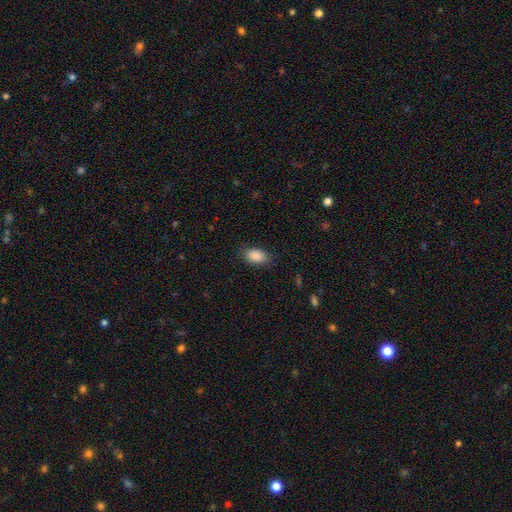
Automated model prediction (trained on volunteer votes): Overall: smooth (89%). How rounded: in between (92%). Merging: none (83%).